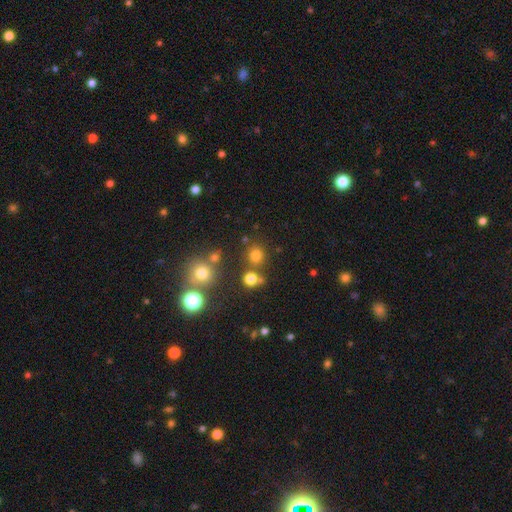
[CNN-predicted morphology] Smooth or featured?
  - smooth: 74% *
  - star or artifact: 20%
  - featured or disk: 6%
How rounded?
  - round: 89% *
  - in between: 10%
  - cigar-shaped: 1%
Merging?
  - none: 79% *
  - merger: 10%
  - minor disturbance: 8%
  - major disturbance: 4%